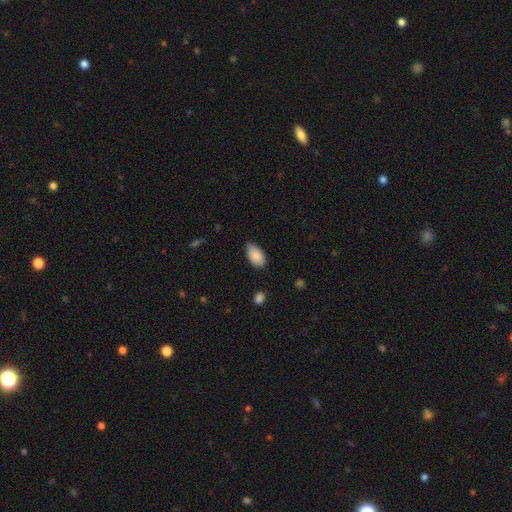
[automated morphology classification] type=smooth (86%); roundness=in between (94%); merging=none (70%).